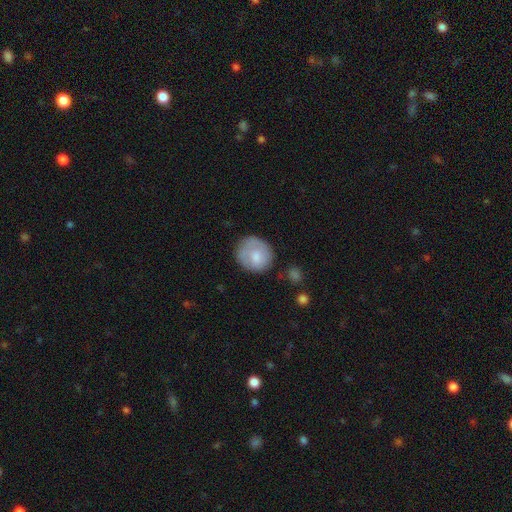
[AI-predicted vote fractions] This is likely a smooth galaxy (72%). How rounded: clearly round (83%). Merging: likely none (66%).